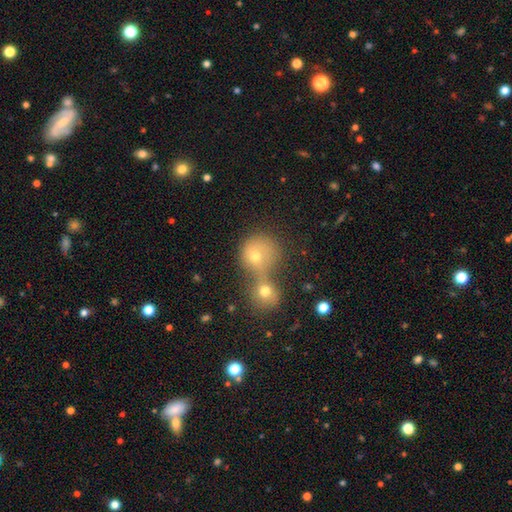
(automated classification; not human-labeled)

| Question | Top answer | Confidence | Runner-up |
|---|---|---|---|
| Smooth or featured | smooth | 71% | featured or disk (15%) |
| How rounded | round | 85% | in between (14%) |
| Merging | merger | 67% | none (23%) |